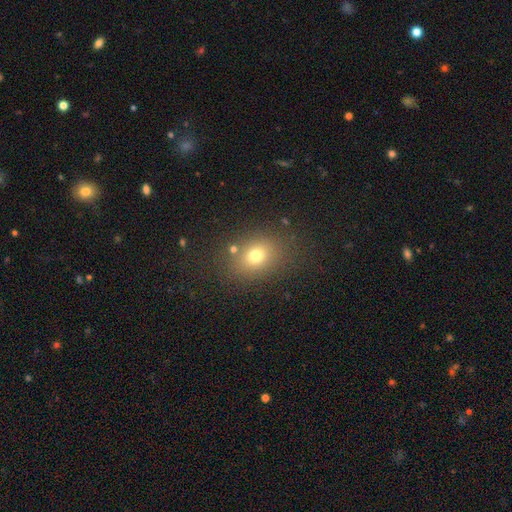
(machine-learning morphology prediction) Smooth or featured? smooth (72%)
How rounded? in between (52%)
Merging? none (80%)